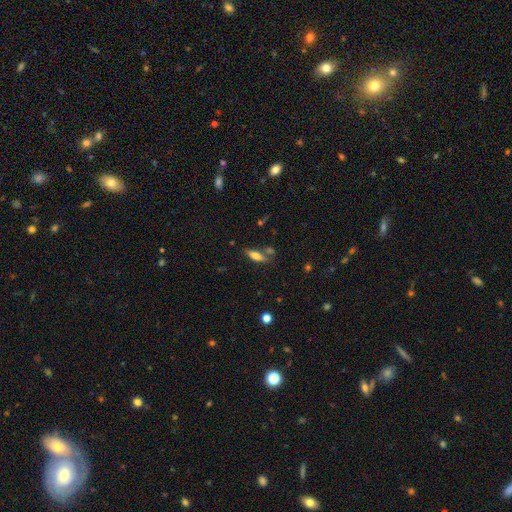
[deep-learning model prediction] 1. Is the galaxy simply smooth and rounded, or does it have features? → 64% smooth, 27% featured or disk, 9% star or artifact.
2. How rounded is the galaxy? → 54% in between, 43% cigar-shaped, 3% round.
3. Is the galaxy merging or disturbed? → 61% none, 17% minor disturbance, 16% merger, 6% major disturbance.